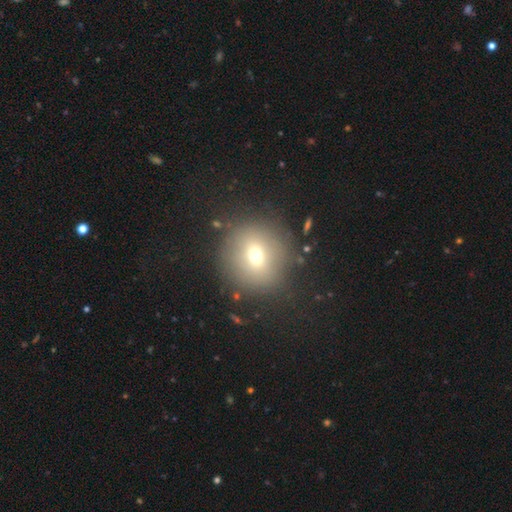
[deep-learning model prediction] smooth-or-featured: smooth: 65% | featured or disk: 18% | star or artifact: 18%
  how-rounded: round: 91% | in between: 8% | cigar-shaped: 1%
  merging: none: 84% | minor disturbance: 9% | major disturbance: 5% | merger: 2%